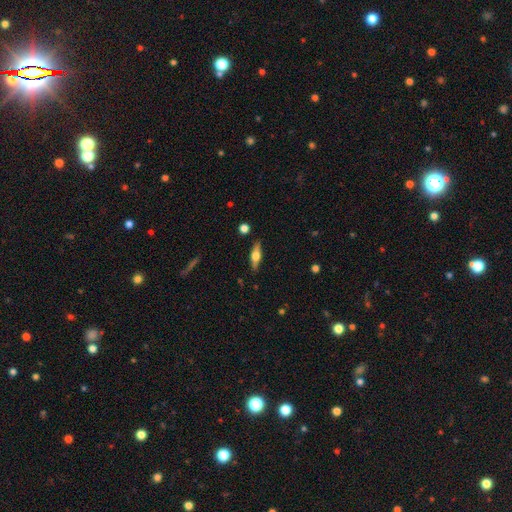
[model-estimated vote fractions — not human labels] Smooth or featured?
  - featured or disk: 57% *
  - smooth: 36%
  - star or artifact: 7%
Edge-on disk?
  - yes: 94% *
  - no: 6%
Edge-on bulge?
  - rounded: 92% *
  - boxy: 6%
  - none: 2%
Merging?
  - none: 87% *
  - minor disturbance: 9%
  - major disturbance: 2%
  - merger: 1%